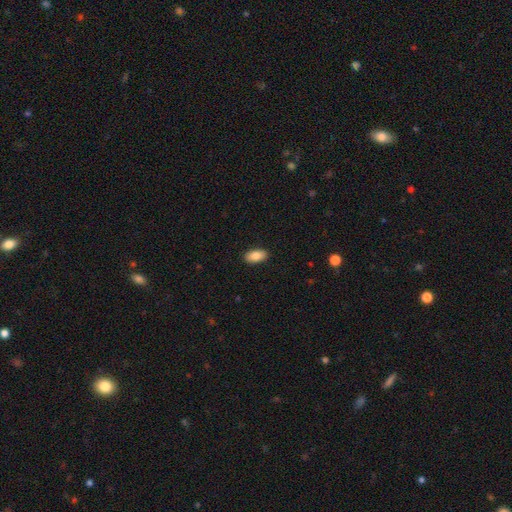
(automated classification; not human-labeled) Smooth or featured? smooth (85%)
How rounded? in between (93%)
Merging? none (90%)